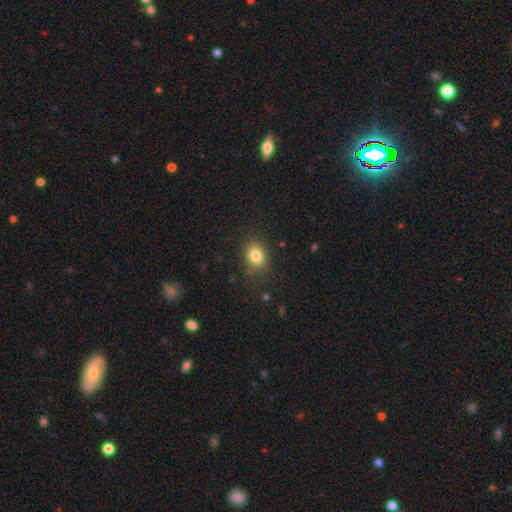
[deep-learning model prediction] Smooth or featured: smooth — 82% (star or artifact — 11%)
How rounded: in between — 55% (round — 44%)
Merging: none — 84% (minor disturbance — 12%)